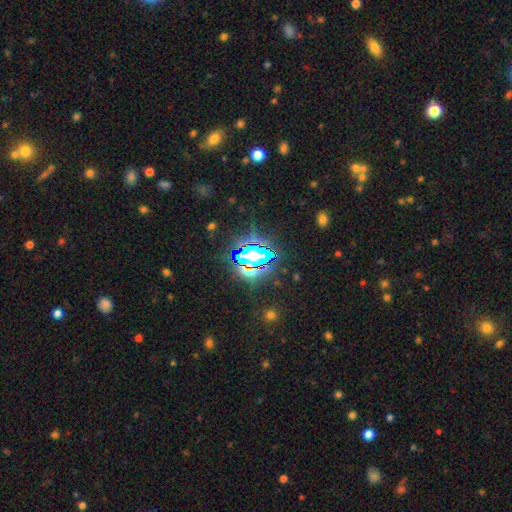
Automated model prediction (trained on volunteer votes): smooth-or-featured: star or artifact: 73% | smooth: 16% | featured or disk: 11%